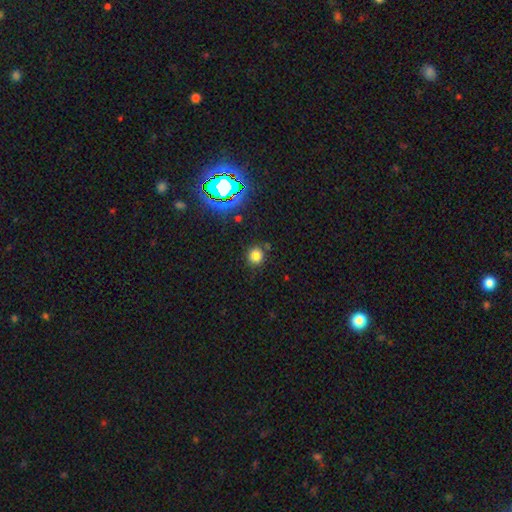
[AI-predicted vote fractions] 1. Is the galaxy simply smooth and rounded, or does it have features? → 76% smooth, 18% star or artifact, 6% featured or disk.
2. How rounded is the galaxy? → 88% round, 11% in between, 1% cigar-shaped.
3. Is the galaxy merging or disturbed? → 83% none, 10% minor disturbance, 4% merger, 3% major disturbance.